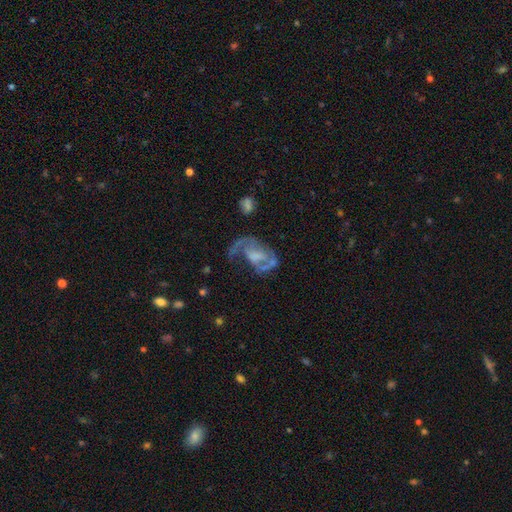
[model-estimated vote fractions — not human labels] Smooth or featured?
  - featured or disk: 74% *
  - smooth: 17%
  - star or artifact: 9%
Edge-on disk?
  - no: 97% *
  - yes: 3%
Bar?
  - no: 52% *
  - weak: 37%
  - strong: 11%
Spiral arms?
  - yes: 73% *
  - no: 27%
Spiral winding?
  - loose: 42% *
  - medium: 40%
  - tight: 18%
Spiral arm count?
  - 2: 48% *
  - 1: 30%
  - can't tell: 15%
  - 3: 3%
  - 4: 2%
  - more than 4: 2%
Bulge size?
  - none: 34% *
  - moderate: 28%
  - small: 23%
  - large: 12%
  - dominant: 2%
Merging?
  - major disturbance: 41% *
  - none: 34%
  - minor disturbance: 18%
  - merger: 7%